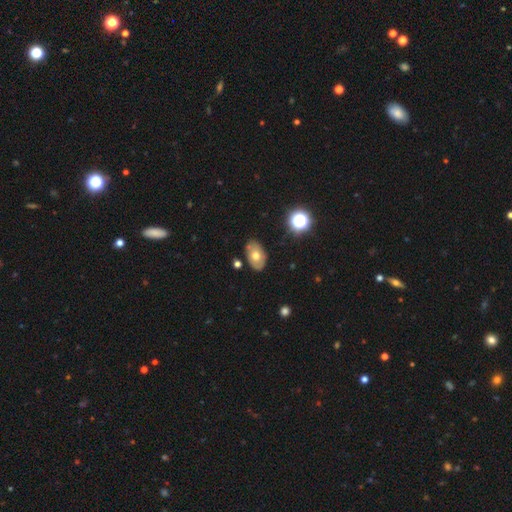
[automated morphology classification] Smooth or featured?
  - smooth: 58% *
  - featured or disk: 31%
  - star or artifact: 11%
How rounded?
  - in between: 86% *
  - round: 13%
  - cigar-shaped: 1%
Merging?
  - none: 76% *
  - minor disturbance: 17%
  - major disturbance: 4%
  - merger: 3%